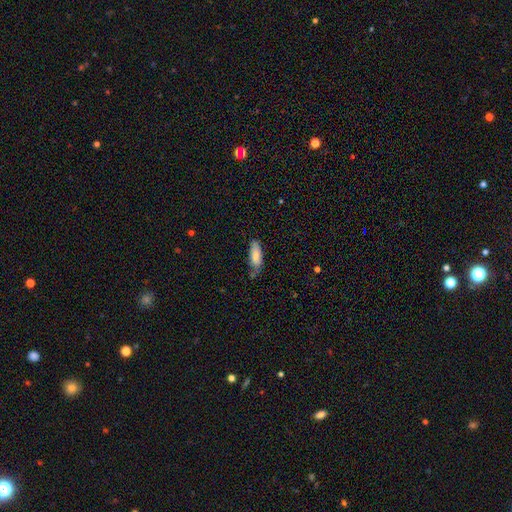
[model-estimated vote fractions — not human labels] Smooth or featured?
  - smooth: 79% *
  - featured or disk: 14%
  - star or artifact: 7%
How rounded?
  - in between: 70% *
  - cigar-shaped: 28%
  - round: 2%
Merging?
  - none: 61% *
  - minor disturbance: 28%
  - major disturbance: 6%
  - merger: 5%